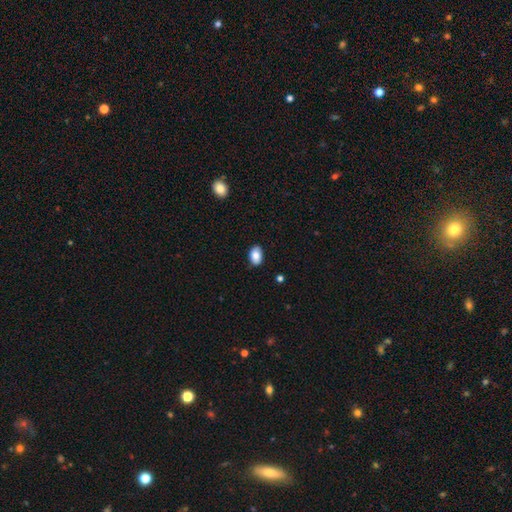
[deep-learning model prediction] Overall: smooth (85%). How rounded: in between (89%). Merging: none (85%).